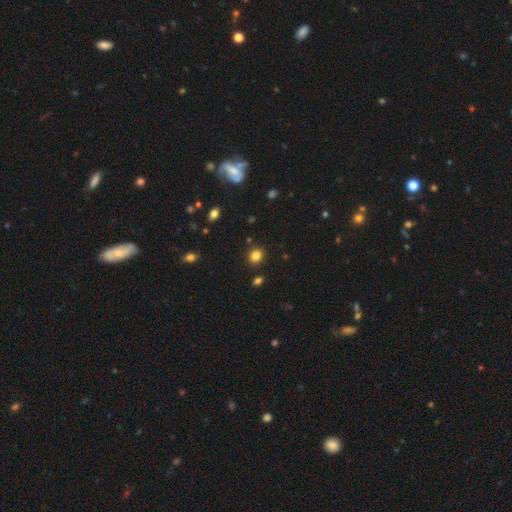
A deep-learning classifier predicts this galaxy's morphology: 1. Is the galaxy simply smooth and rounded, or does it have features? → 82% smooth, 13% star or artifact, 5% featured or disk.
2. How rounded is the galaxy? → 80% round, 19% in between, 1% cigar-shaped.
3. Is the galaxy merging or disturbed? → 88% none, 7% minor disturbance, 3% merger, 2% major disturbance.